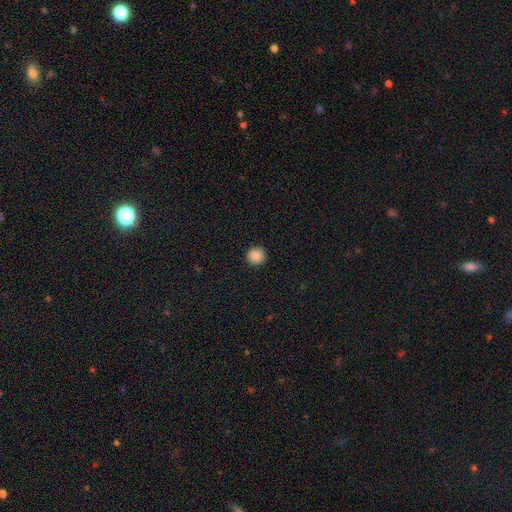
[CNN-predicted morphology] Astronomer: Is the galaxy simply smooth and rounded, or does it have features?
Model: smooth — 88%.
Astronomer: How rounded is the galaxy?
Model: round — 94%.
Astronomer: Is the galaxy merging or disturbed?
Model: none — 92%.